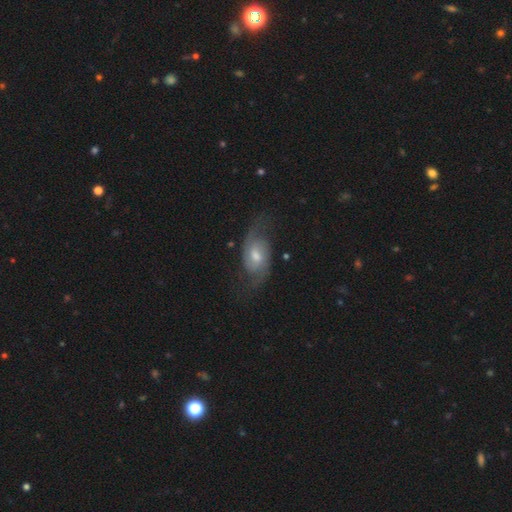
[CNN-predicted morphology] Overall: featured or disk (79%). Edge-on disk: no (95%). Bar: no (47%; weak 45%). Spiral arms: yes (94%). Spiral arm count: 2 (88%). Spiral winding: medium (44%; loose 37%). Bulge size: moderate (62%; small 27%). Merging: none (71%).